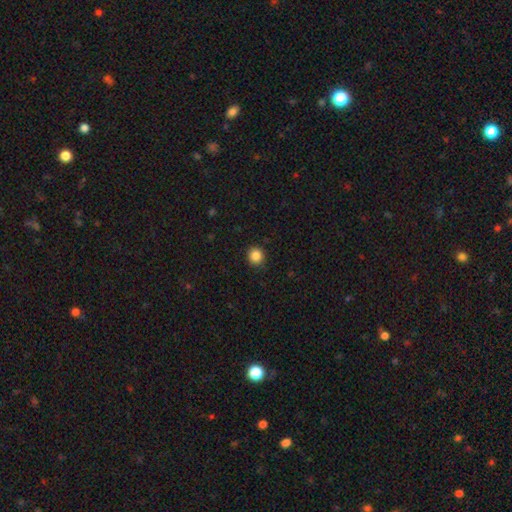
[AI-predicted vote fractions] smooth 86%, star or artifact 10%, featured or disk 3%. Down the decision tree: how rounded — round (91%); merging — none (91%).